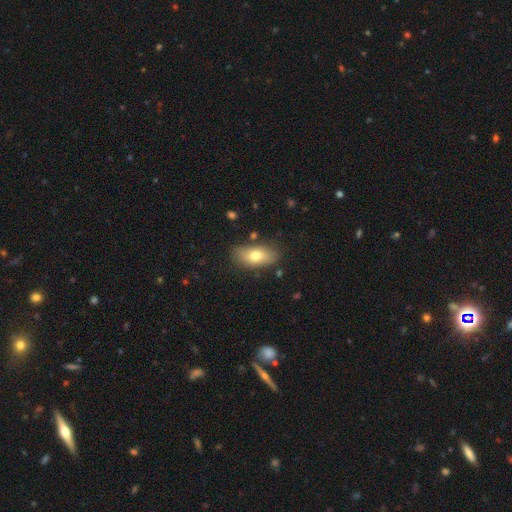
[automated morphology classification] This is likely a smooth galaxy (73%). How rounded: clearly in between (87%). Merging: clearly none (81%).